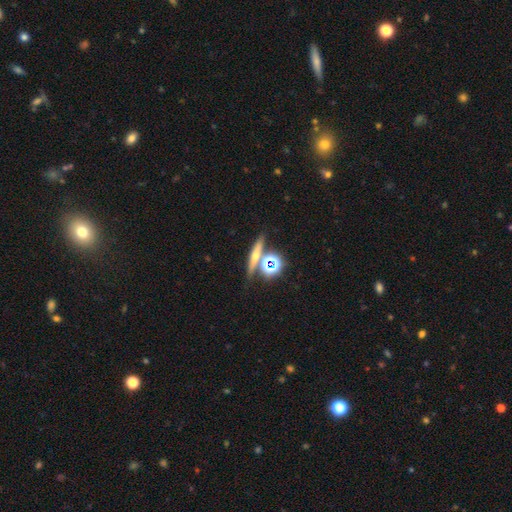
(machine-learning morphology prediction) Smooth or featured? featured or disk (43%)
Merging? none (71%)